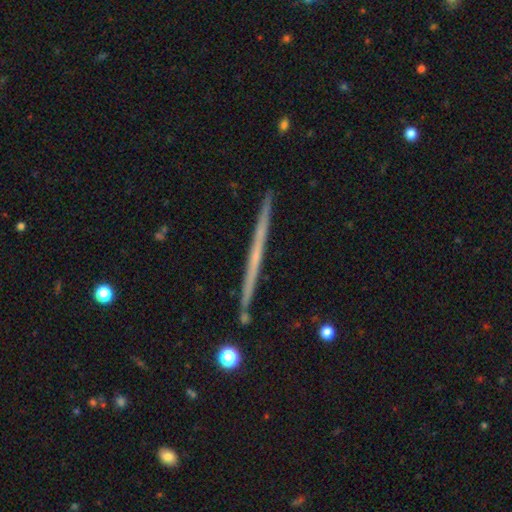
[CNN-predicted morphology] Overall: featured or disk (66%; smooth 28%). Edge-on disk: yes (98%). Edge-on bulge: none (86%). Merging: none (92%).